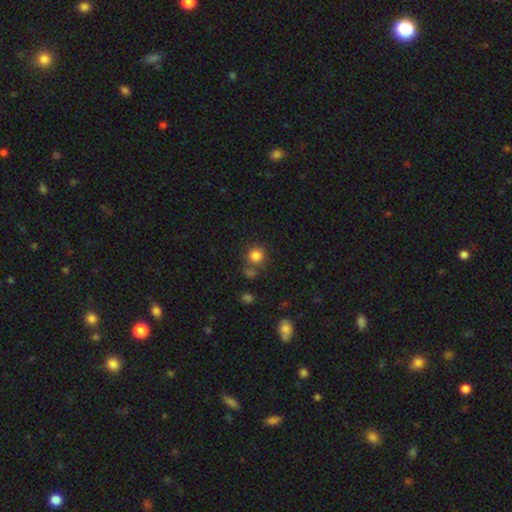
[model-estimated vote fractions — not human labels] Q: Smooth or featured?
A: smooth (82%); runner-up: star or artifact (12%)
Q: How rounded?
A: round (88%); runner-up: in between (11%)
Q: Merging?
A: none (68%); runner-up: merger (16%)